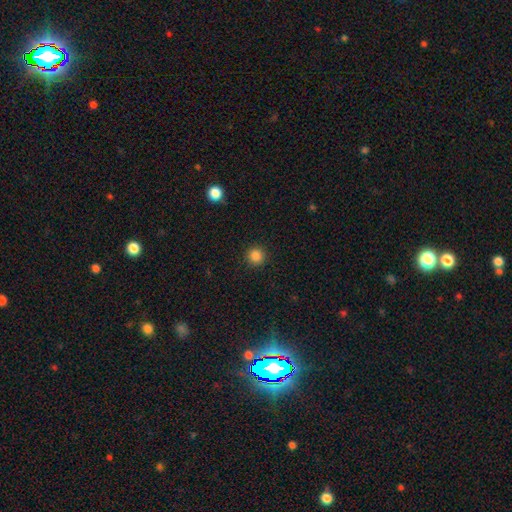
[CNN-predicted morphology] Smooth or featured? Predicted: smooth (p=0.85). How rounded? Predicted: round (p=0.95). Merging? Predicted: none (p=0.92).